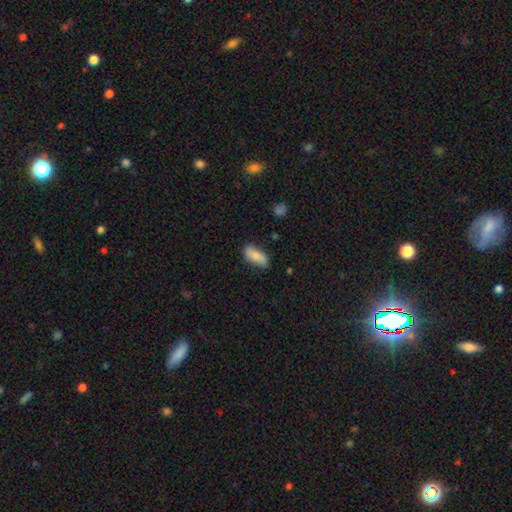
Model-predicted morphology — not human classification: smooth_or_featured: smooth (p=0.84) [alt: featured or disk p=0.10]
how_rounded: in between (p=0.83) [alt: cigar-shaped p=0.15]
merging: none (p=0.76) [alt: minor disturbance p=0.19]